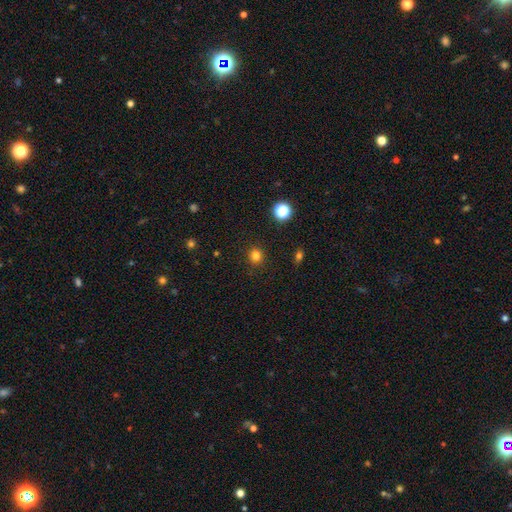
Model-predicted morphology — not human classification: Overall: smooth (80%). How rounded: round (91%). Merging: none (91%).